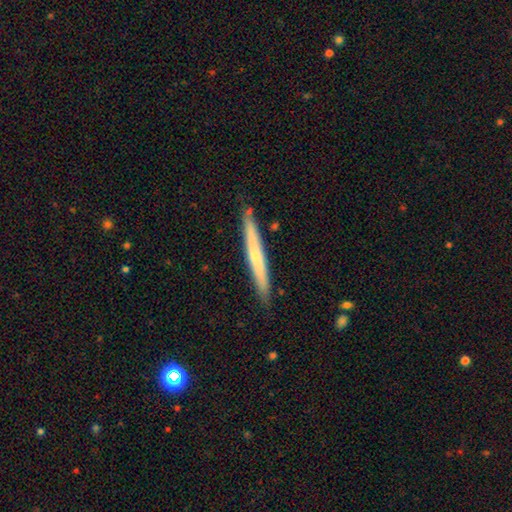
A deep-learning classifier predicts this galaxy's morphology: Q: Smooth or featured?
A: smooth (50%); runner-up: featured or disk (45%)
Q: Merging?
A: none (88%); runner-up: minor disturbance (10%)